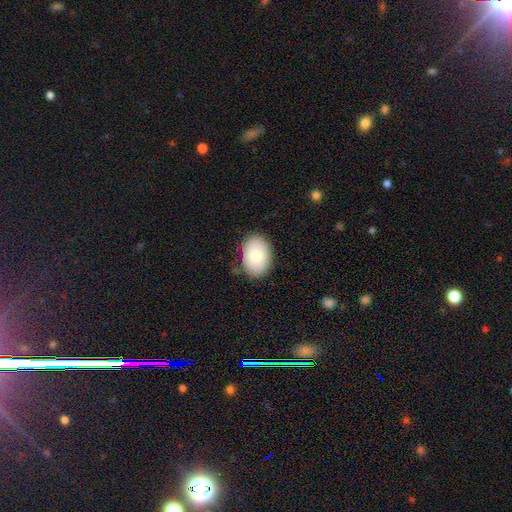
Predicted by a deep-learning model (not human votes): Smooth or featured? Predicted: smooth (p=0.78). How rounded? Predicted: in between (p=0.81). Merging? Predicted: none (p=0.82).